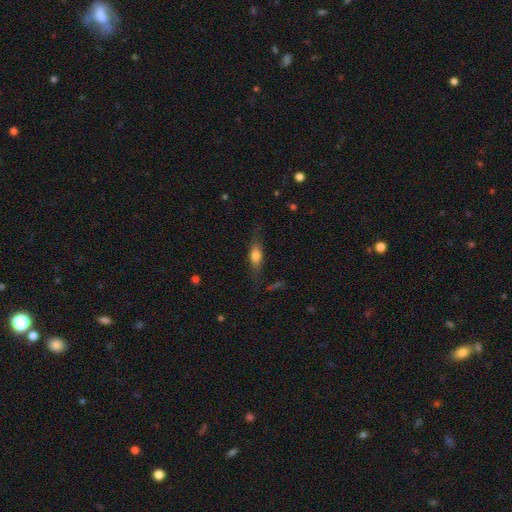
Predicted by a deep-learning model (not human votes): The model was most divided on "how rounded": in between: 52%, cigar-shaped: 43%, round: 5%. More confident: merging — none (71%); smooth or featured — smooth (62%).